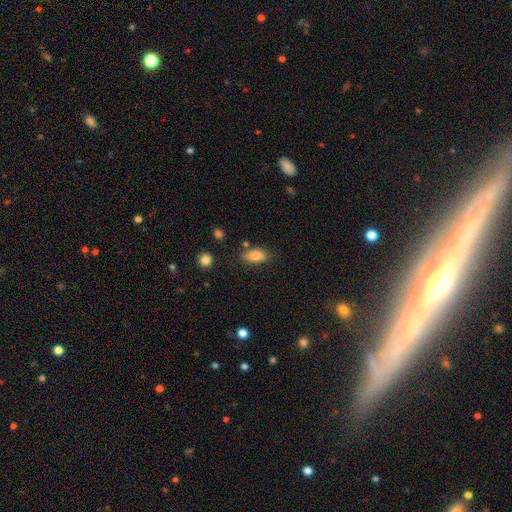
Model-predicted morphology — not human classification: smooth_or_featured: smooth (p=0.81) [alt: featured or disk p=0.10]
how_rounded: in between (p=0.89) [alt: round p=0.06]
merging: none (p=0.76) [alt: minor disturbance p=0.16]